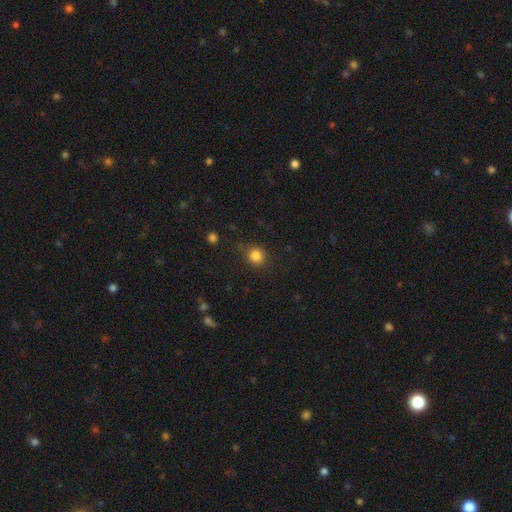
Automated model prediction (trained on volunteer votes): Smooth or featured? Predicted: smooth (p=0.83). How rounded? Predicted: round (p=0.86). Merging? Predicted: none (p=0.79).